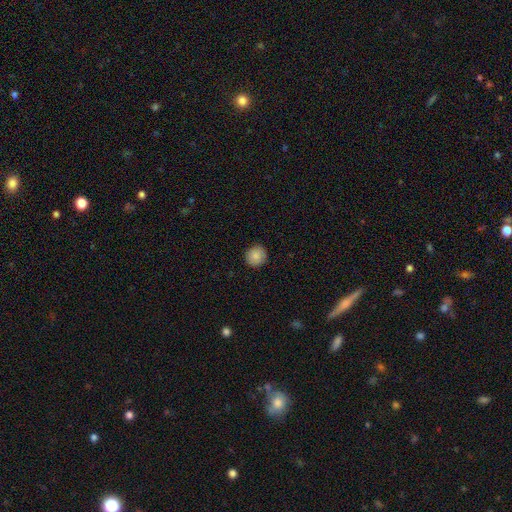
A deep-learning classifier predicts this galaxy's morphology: Overall: smooth (87%). How rounded: round (93%). Merging: none (91%).